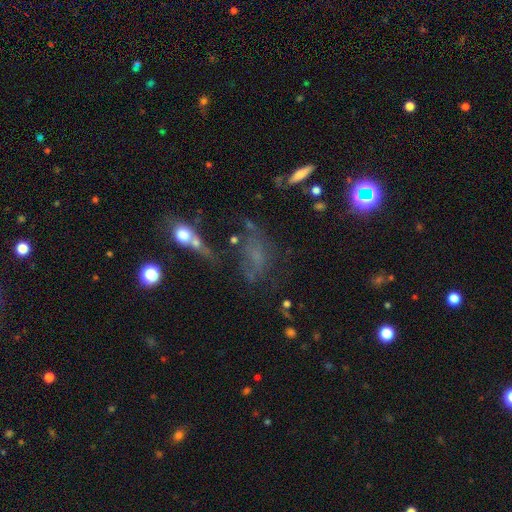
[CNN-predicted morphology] A smooth galaxy with no disk features (36%). Merging: none (41%).